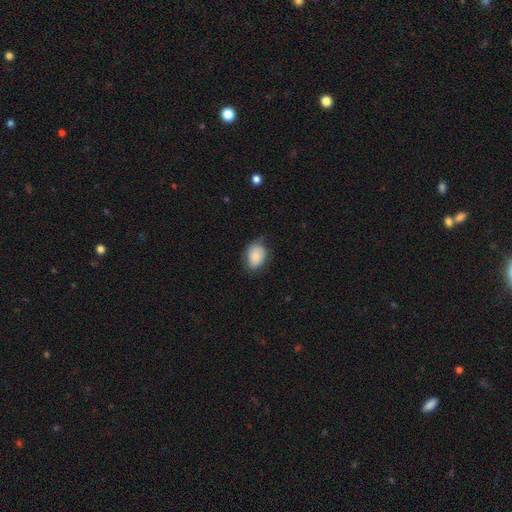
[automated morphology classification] A smooth galaxy with no disk features (82%) that is in between round and cigar-shaped (69%).

Vote fractions:
- Smooth or featured? smooth: 82% / featured or disk: 11% / star or artifact: 7%
- How rounded? in between: 69% / round: 30% / cigar-shaped: 1%
- Merging? none: 58% / minor disturbance: 32% / major disturbance: 9% / merger: 1%